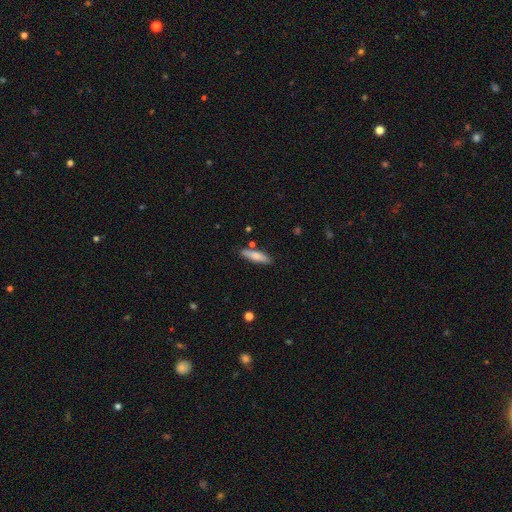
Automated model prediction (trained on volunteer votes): A smooth galaxy with no disk features (75%) that is cigar-shaped (70%).

Vote fractions:
- Smooth or featured? smooth: 75% / featured or disk: 19% / star or artifact: 6%
- How rounded? cigar-shaped: 70% / in between: 28% / round: 2%
- Merging? none: 82% / minor disturbance: 11% / merger: 5% / major disturbance: 2%